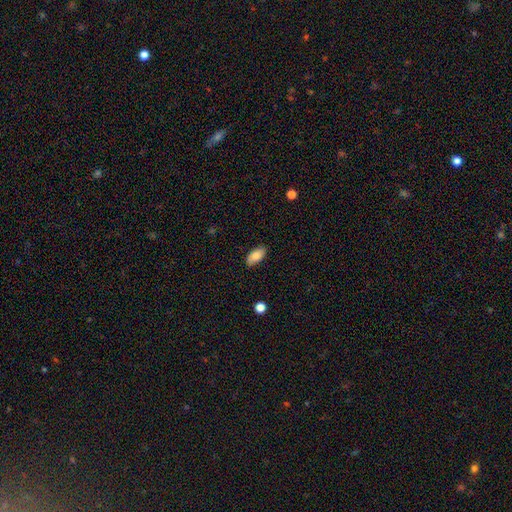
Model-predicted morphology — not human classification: Smooth or featured: smooth — 82% (featured or disk — 12%)
How rounded: in between — 92% (cigar-shaped — 6%)
Merging: none — 85% (minor disturbance — 12%)